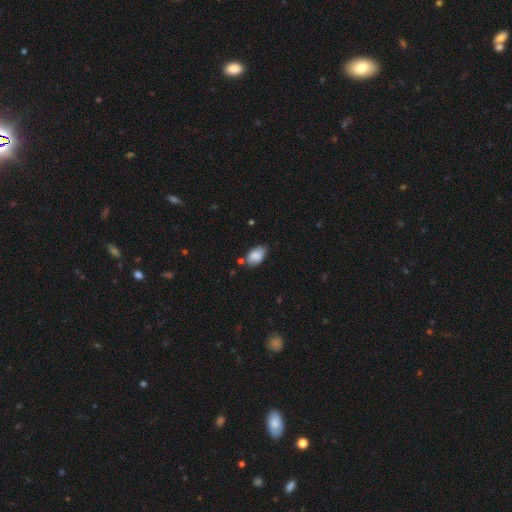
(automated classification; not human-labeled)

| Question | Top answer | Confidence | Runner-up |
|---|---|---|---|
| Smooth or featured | smooth | 84% | featured or disk (8%) |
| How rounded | in between | 91% | round (8%) |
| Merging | none | 67% | minor disturbance (23%) |